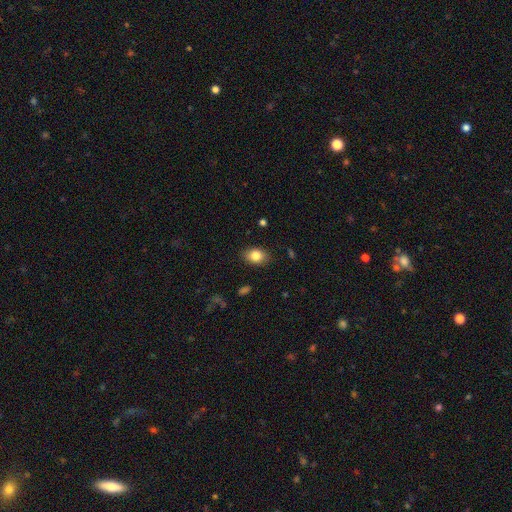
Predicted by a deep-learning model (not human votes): smooth 84%, star or artifact 9%, featured or disk 8%. Down the decision tree: how rounded — in between (73%); merging — none (86%).